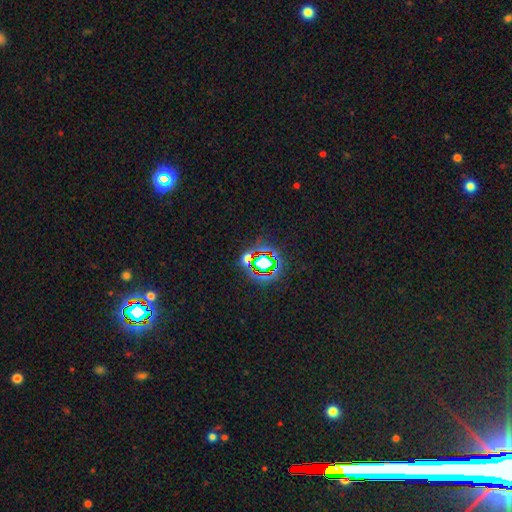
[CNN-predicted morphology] Overall: star or artifact (75%).